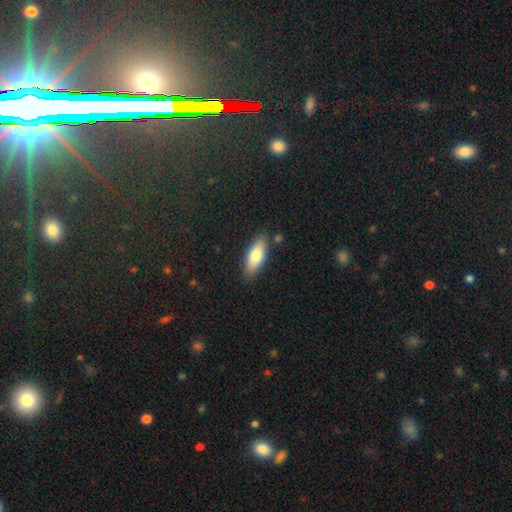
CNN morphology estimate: Smooth or featured? Predicted: smooth (p=0.75). How rounded? Predicted: in between (p=0.73). Merging? Predicted: none (p=0.84).